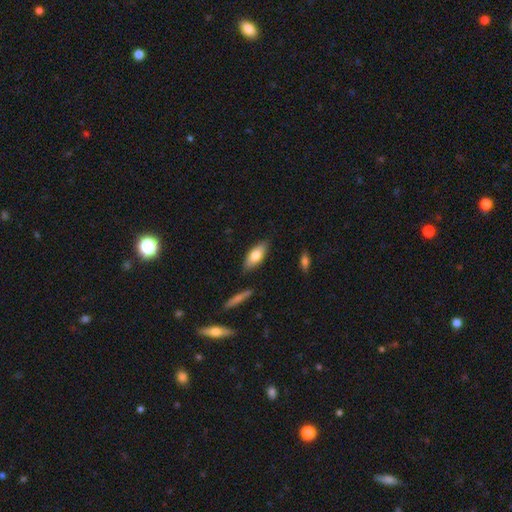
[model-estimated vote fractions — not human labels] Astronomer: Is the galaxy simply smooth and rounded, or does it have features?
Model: smooth — 73%.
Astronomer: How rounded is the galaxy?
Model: in between — 77%.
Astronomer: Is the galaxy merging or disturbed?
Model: none — 83%.